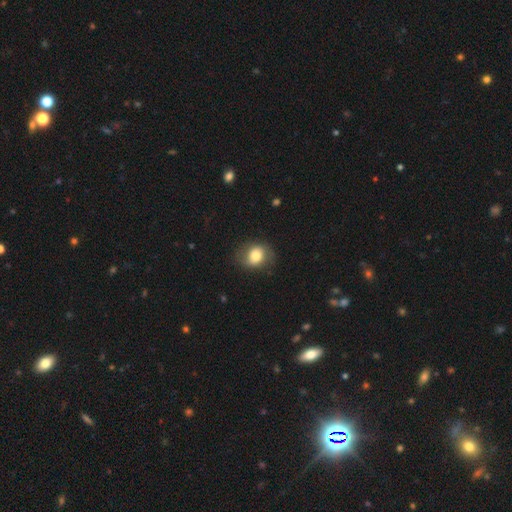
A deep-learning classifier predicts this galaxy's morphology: Smooth or featured: smooth — 67% (featured or disk — 26%)
How rounded: round — 53% (in between — 46%)
Merging: none — 74% (minor disturbance — 17%)